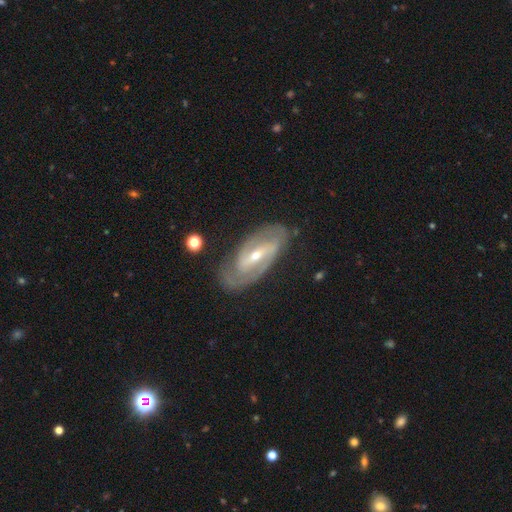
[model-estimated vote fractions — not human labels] Smooth or featured? Predicted: featured or disk (p=0.86). Edge-on disk? Predicted: no (p=0.93). Bar? Predicted: strong (p=0.55). Spiral arms? Predicted: yes (p=0.92). Spiral winding? Predicted: medium (p=0.42, tied with tight). Spiral arm count? Predicted: 2 (p=0.82). Bulge size? Predicted: small (p=0.58). Merging? Predicted: none (p=0.75).